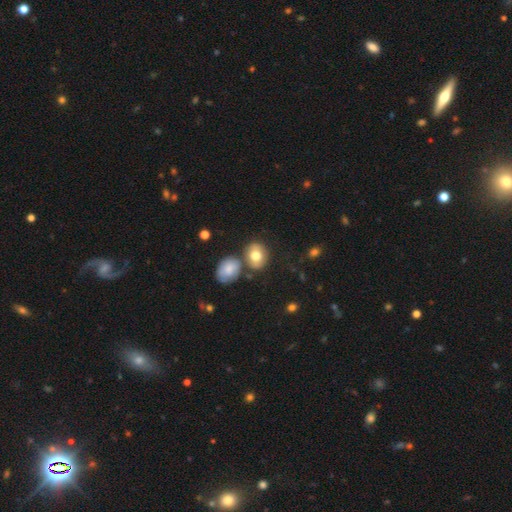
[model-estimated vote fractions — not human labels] smooth-or-featured: smooth: 75% | featured or disk: 17% | star or artifact: 8%
  how-rounded: in between: 51% | round: 48% | cigar-shaped: 1%
  merging: none: 62% | merger: 18% | minor disturbance: 15% | major disturbance: 5%